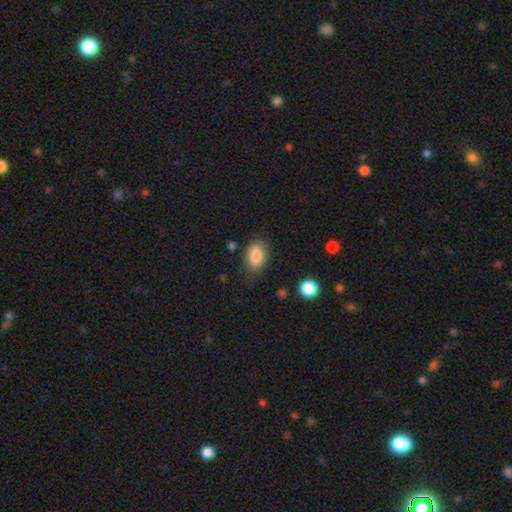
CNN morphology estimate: A smooth galaxy with no disk features (85%) that is in between round and cigar-shaped (87%).

Vote fractions:
- Smooth or featured? smooth: 85% / star or artifact: 8% / featured or disk: 7%
- How rounded? in between: 87% / round: 11% / cigar-shaped: 2%
- Merging? none: 75% / minor disturbance: 18% / major disturbance: 5% / merger: 2%